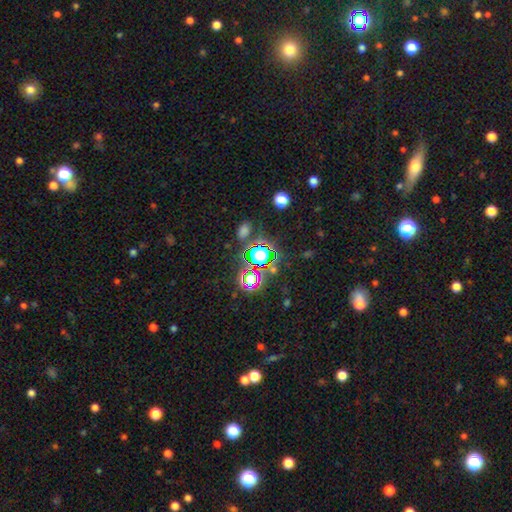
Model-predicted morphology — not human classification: type=star or artifact (63%).